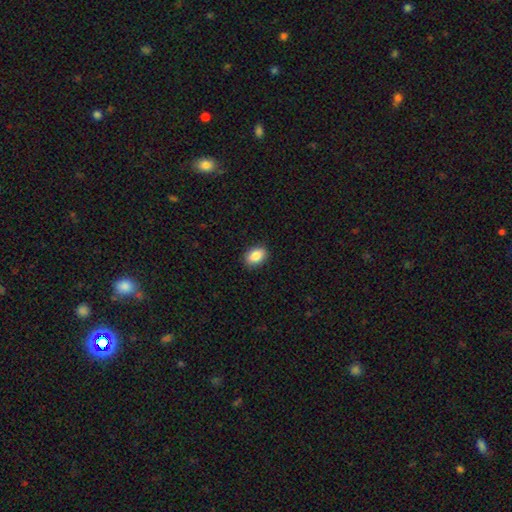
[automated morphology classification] smooth_or_featured: smooth (p=0.87) [alt: star or artifact p=0.08]
how_rounded: in between (p=0.85) [alt: round p=0.14]
merging: none (p=0.89) [alt: minor disturbance p=0.08]